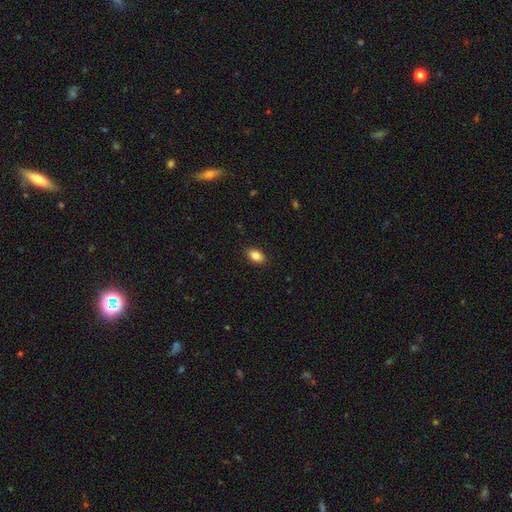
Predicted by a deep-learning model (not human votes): Q: Smooth or featured?
A: smooth (84%); runner-up: featured or disk (9%)
Q: How rounded?
A: in between (90%); runner-up: round (7%)
Q: Merging?
A: none (89%); runner-up: minor disturbance (8%)